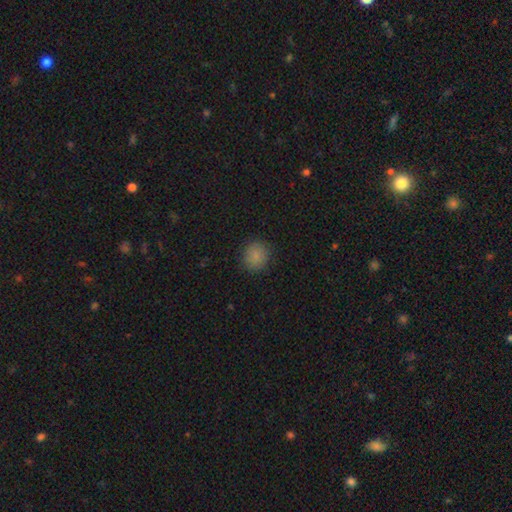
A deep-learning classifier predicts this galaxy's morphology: Overall: smooth (85%). How rounded: round (82%). Merging: none (86%).